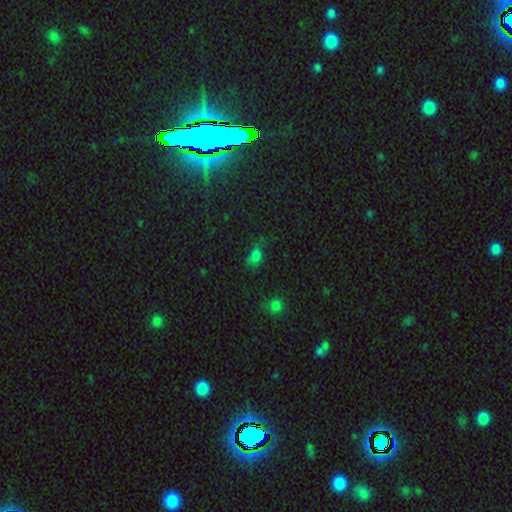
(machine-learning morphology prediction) Q: Smooth or featured?
A: smooth (64%); runner-up: star or artifact (27%)
Q: How rounded?
A: in between (64%); runner-up: round (32%)
Q: Merging?
A: none (53%); runner-up: minor disturbance (25%)